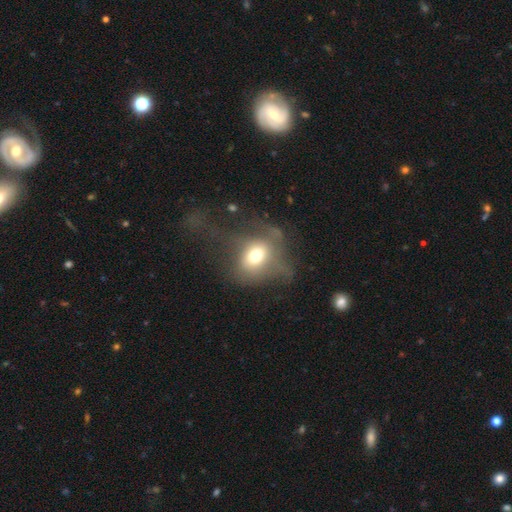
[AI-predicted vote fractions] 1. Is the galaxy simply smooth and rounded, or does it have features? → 63% smooth, 24% featured or disk, 13% star or artifact.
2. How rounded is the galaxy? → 57% round, 41% in between, 1% cigar-shaped.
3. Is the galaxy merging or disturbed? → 42% major disturbance, 33% none, 21% minor disturbance, 3% merger.